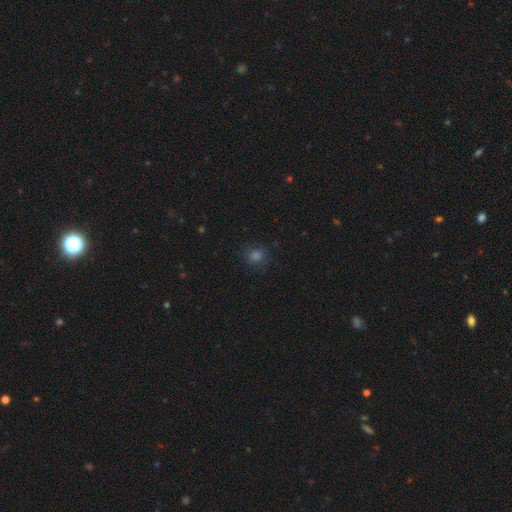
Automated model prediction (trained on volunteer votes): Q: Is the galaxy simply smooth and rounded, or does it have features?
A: smooth — 72%.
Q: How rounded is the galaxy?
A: round — 82%.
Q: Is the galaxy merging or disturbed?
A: none — 86%.